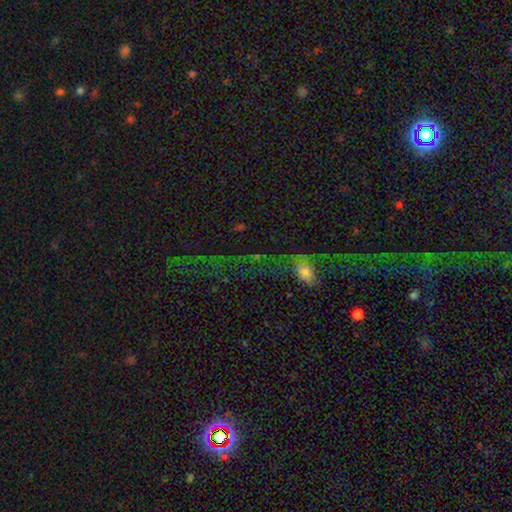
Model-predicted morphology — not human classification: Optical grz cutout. It shows a star or artifact, not a galaxy (52%).